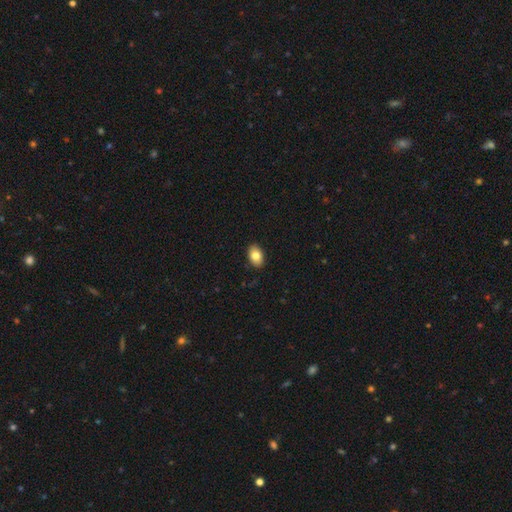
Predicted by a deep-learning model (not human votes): Morphology: type=smooth (82%); roundness=in between (88%); merging=none (90%).